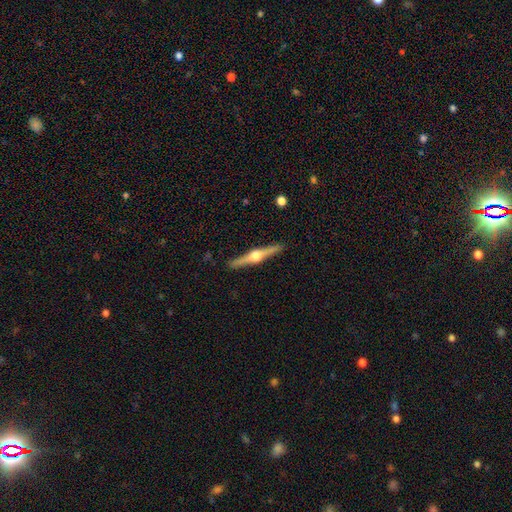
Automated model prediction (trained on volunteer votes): featured or disk 83%, smooth 13%, star or artifact 5%. Down the decision tree: edge-on disk — yes (98%); edge-on bulge — rounded (96%); merging — none (92%).